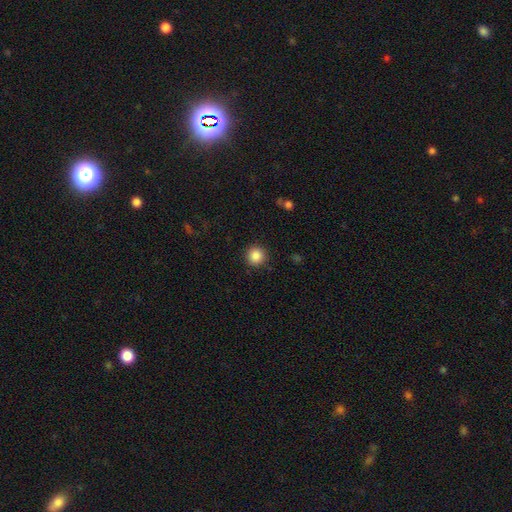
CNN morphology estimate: This appears to be a smooth galaxy with no disk features (87%) that is round (94%). Merging: none (91%).